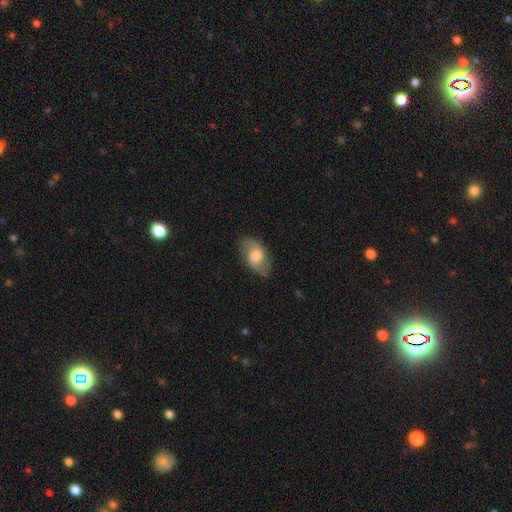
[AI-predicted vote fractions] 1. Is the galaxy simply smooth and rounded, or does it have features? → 63% featured or disk, 30% smooth, 7% star or artifact.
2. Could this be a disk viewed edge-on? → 94% no, 6% yes.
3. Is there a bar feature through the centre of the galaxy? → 53% no, 39% weak, 8% strong.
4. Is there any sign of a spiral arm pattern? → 85% yes, 15% no.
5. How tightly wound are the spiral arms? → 45% medium, 39% loose, 16% tight.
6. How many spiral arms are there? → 87% 2, 7% can't tell, 3% 1, 1% 3, 1% 4, 1% more than 4.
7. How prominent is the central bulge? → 49% moderate, 30% large, 15% small, 4% none, 2% dominant.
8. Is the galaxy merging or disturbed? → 79% none, 15% minor disturbance, 5% major disturbance, 1% merger.